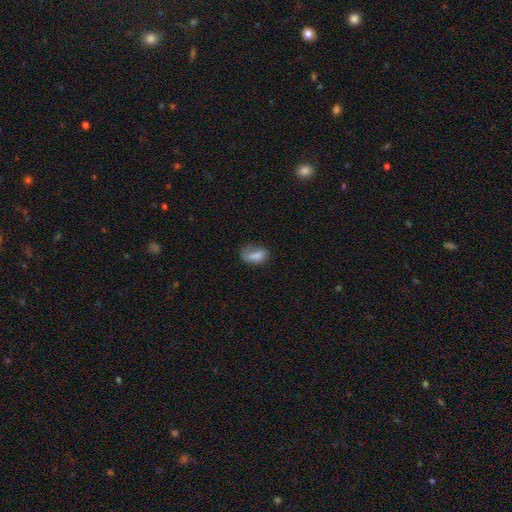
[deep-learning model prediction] Smooth or featured? Predicted: smooth (p=0.74). How rounded? Predicted: in between (p=0.87). Merging? Predicted: none (p=0.40).